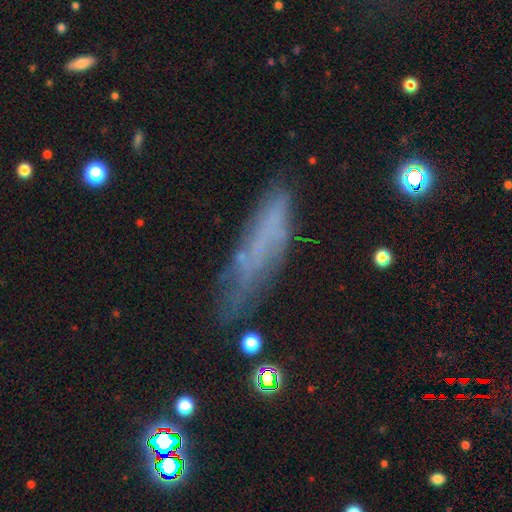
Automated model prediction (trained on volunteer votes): A smooth galaxy with no disk features (46%).

Vote fractions:
- Smooth or featured? smooth: 46% / featured or disk: 42% / star or artifact: 12%
- Merging? none: 60% / minor disturbance: 24% / major disturbance: 12% / merger: 4%